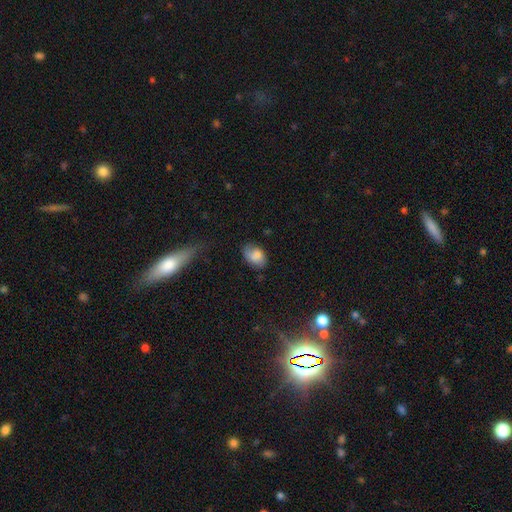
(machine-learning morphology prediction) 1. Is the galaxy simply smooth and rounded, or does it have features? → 79% smooth, 12% featured or disk, 8% star or artifact.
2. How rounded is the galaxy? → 84% in between, 14% round, 1% cigar-shaped.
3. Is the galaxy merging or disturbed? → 63% none, 28% minor disturbance, 7% major disturbance, 3% merger.